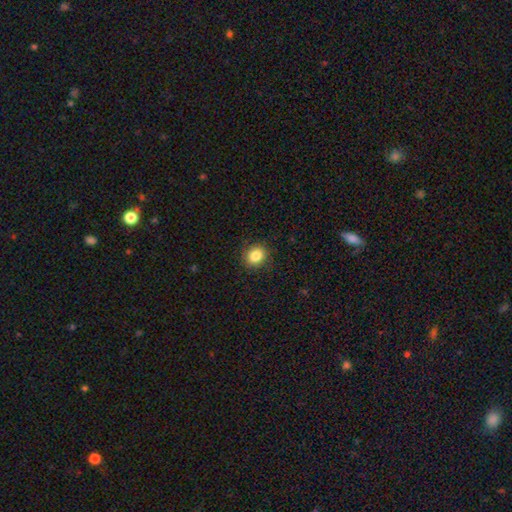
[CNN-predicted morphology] Q: Smooth or featured?
A: smooth (86%); runner-up: star or artifact (9%)
Q: How rounded?
A: round (62%); runner-up: in between (37%)
Q: Merging?
A: none (88%); runner-up: minor disturbance (8%)